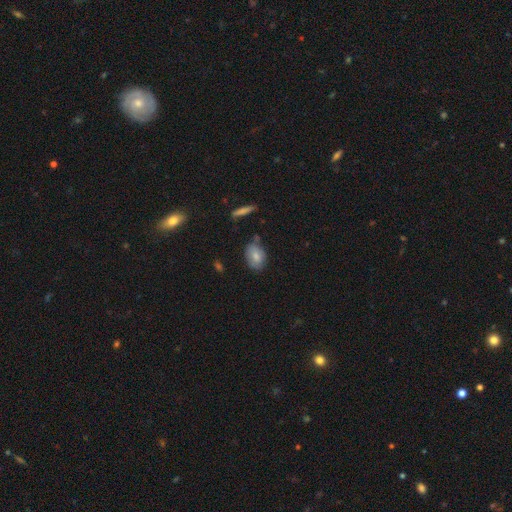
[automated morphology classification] The model was most divided on "merging": none: 66%, minor disturbance: 23%, merger: 6%, major disturbance: 5%. More confident: how rounded — in between (81%); smooth or featured — smooth (77%).